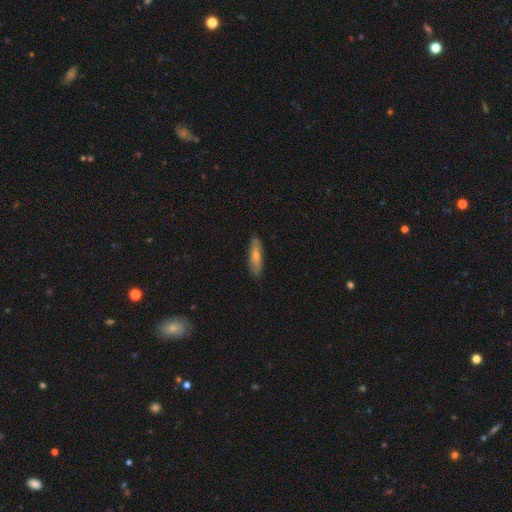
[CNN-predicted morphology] smooth 50%, featured or disk 42%, star or artifact 8%. Down the decision tree: merging — none (87%).